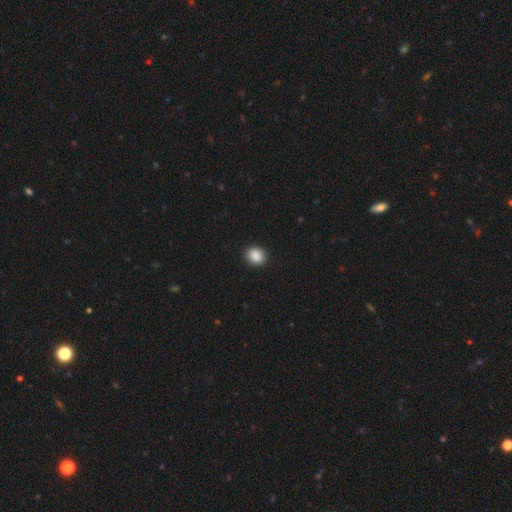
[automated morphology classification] This appears to be a smooth galaxy with no disk features (89%) that is round (59%). Merging: none (91%).